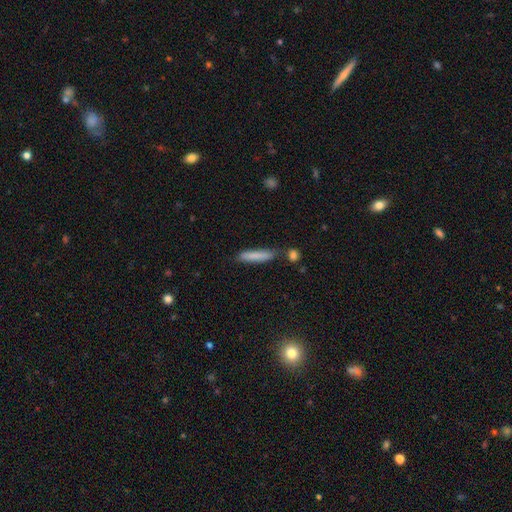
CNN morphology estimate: Smooth or featured? Predicted: smooth (p=0.81). How rounded? Predicted: cigar-shaped (p=0.88). Merging? Predicted: none (p=0.75).